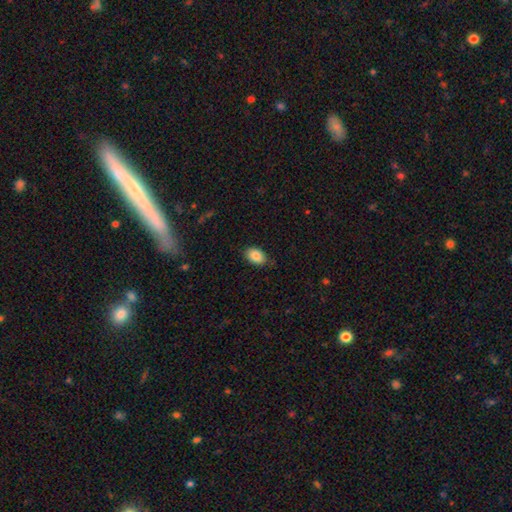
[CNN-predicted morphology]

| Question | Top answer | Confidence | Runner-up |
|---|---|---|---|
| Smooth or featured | smooth | 87% | star or artifact (7%) |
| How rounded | in between | 88% | round (11%) |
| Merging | none | 80% | minor disturbance (16%) |